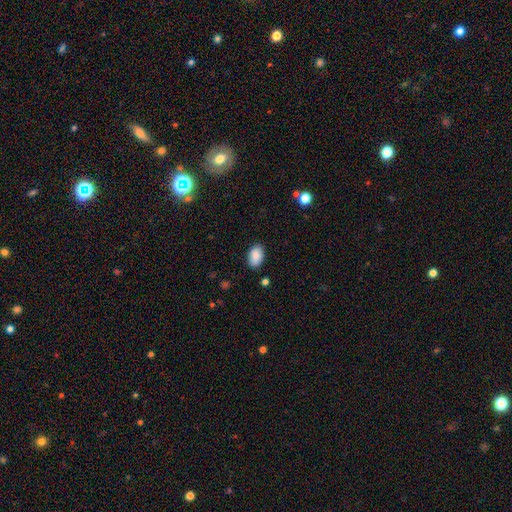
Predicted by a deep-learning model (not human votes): This is clearly a smooth galaxy (88%). How rounded: clearly in between (91%). Merging: clearly none (84%).